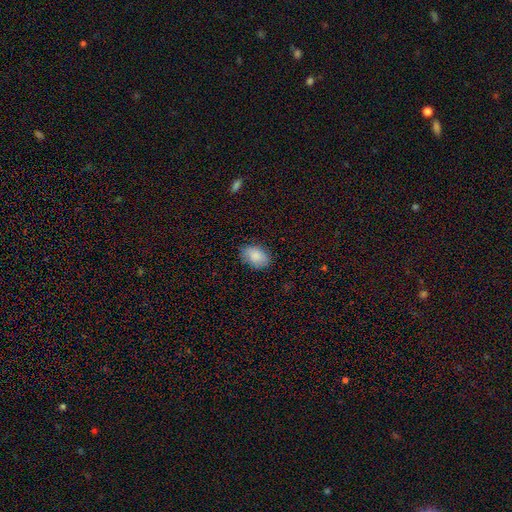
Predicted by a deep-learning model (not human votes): The model was most divided on "how rounded": in between: 82%, round: 17%, cigar-shaped: 1%. More confident: smooth or featured — smooth (86%); merging — none (81%).